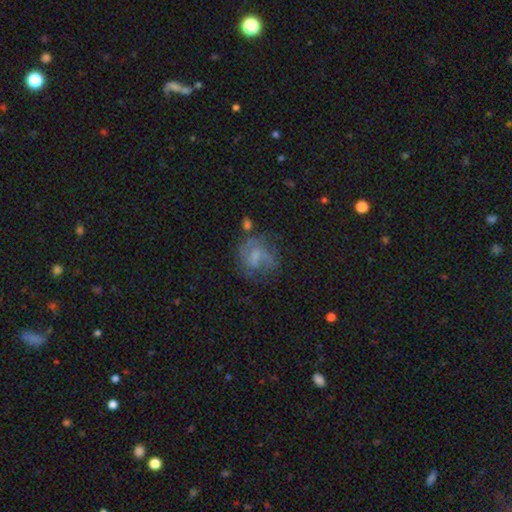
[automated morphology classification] The model was most divided on "smooth or featured": featured or disk: 47%, smooth: 40%, star or artifact: 13%. Remaining: merging — none (43%).